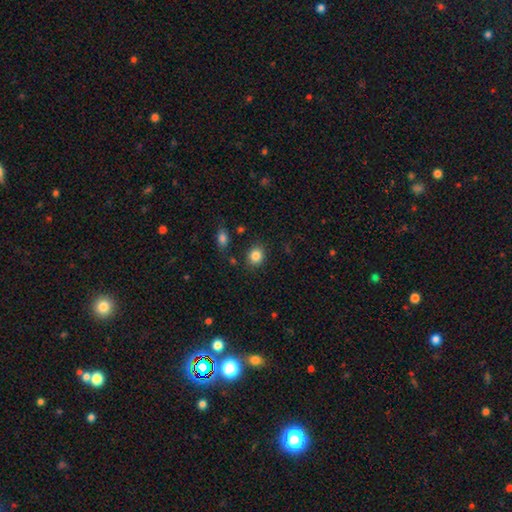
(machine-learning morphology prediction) This is clearly a smooth galaxy (85%). How rounded: likely round (67%). Merging: clearly none (84%).